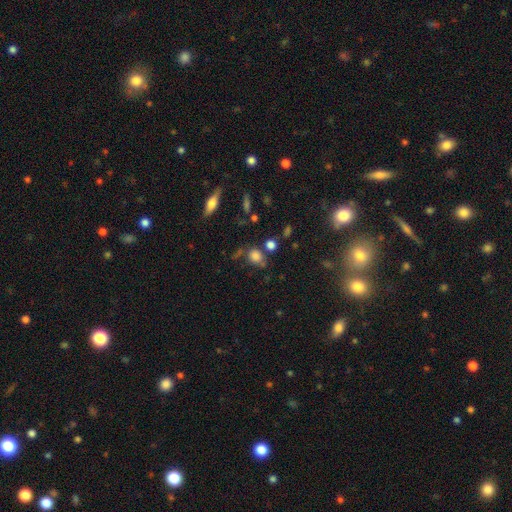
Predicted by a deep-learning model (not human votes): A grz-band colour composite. It shows a smooth galaxy with no disk features (78%) that is round (66%). Merging: none (62%).